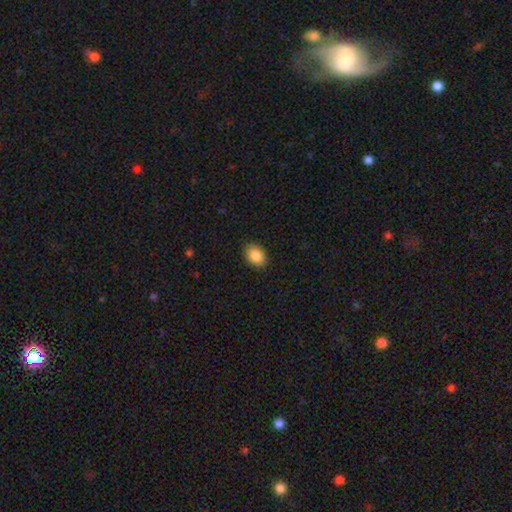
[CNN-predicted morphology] type=smooth (88%); roundness=in between (75%); merging=none (88%).